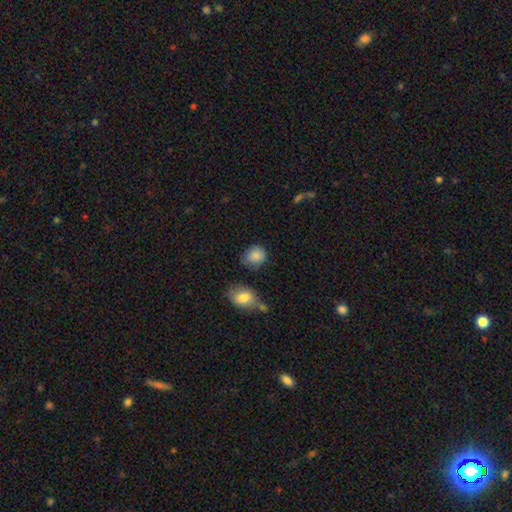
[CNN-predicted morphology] A smooth galaxy with no disk features (87%) that is round (69%). Merging: none (69%).